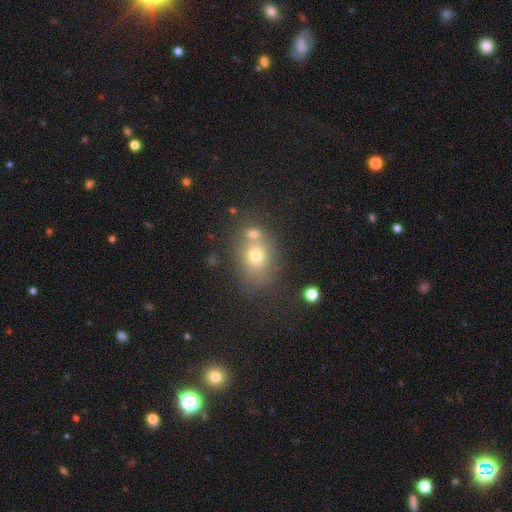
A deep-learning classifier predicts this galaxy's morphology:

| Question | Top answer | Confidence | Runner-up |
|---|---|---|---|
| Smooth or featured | smooth | 67% | featured or disk (17%) |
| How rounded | in between | 60% | round (39%) |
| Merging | none | 52% | merger (29%) |